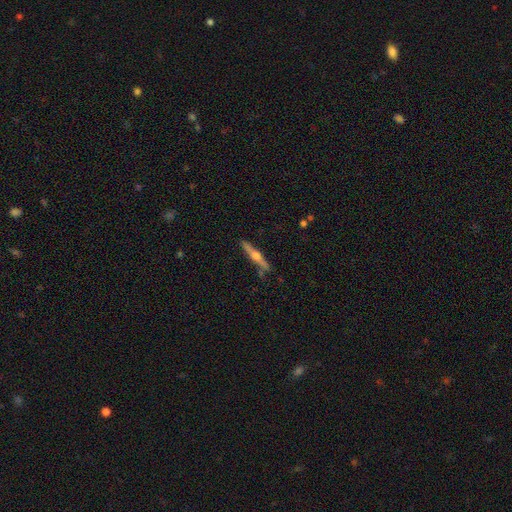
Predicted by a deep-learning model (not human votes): Smooth or featured: featured or disk — 71% (smooth — 23%)
Edge-on disk: yes — 98% (no — 2%)
Edge-on bulge: rounded — 93% (boxy — 3%)
Merging: none — 86% (minor disturbance — 10%)